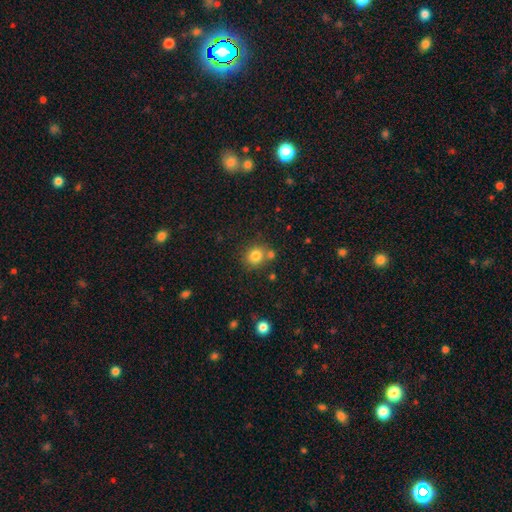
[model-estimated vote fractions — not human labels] Morphology: type=smooth (81%); roundness=round (81%); merging=none (68%).